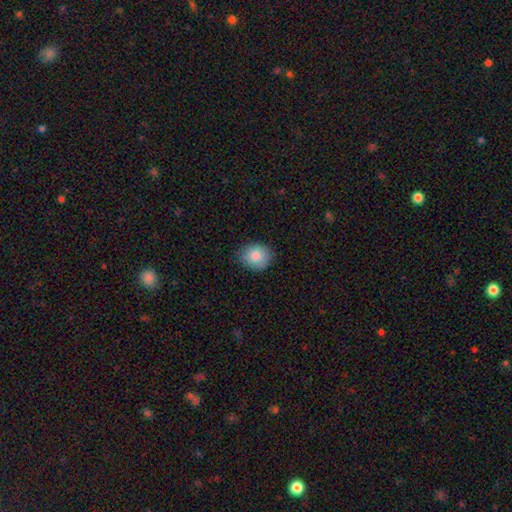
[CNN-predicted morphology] Smooth or featured? smooth (84%)
How rounded? round (70%)
Merging? none (80%)